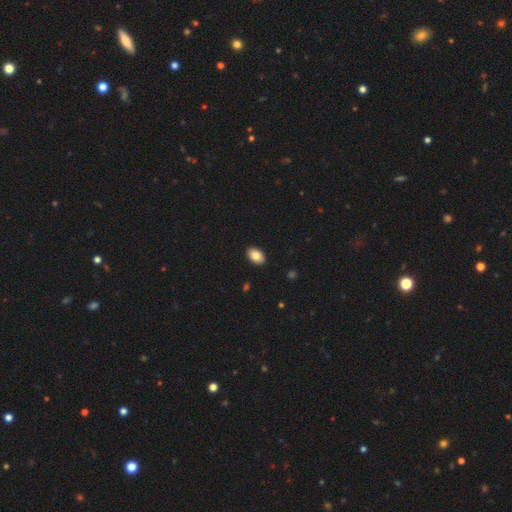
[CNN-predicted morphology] Overall: smooth (85%). How rounded: in between (89%). Merging: none (91%).